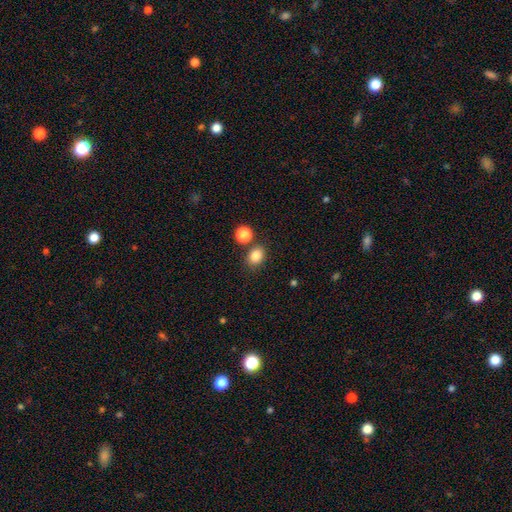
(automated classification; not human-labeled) This appears to be a smooth galaxy with no disk features (84%) that is round (52%). Merging: none (76%).